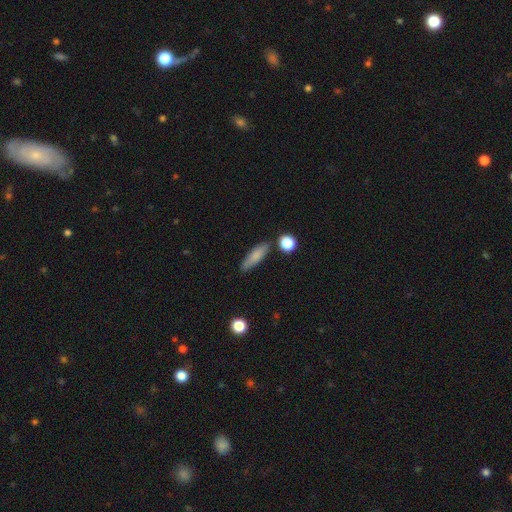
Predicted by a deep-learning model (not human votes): This appears to be a smooth galaxy with no disk features (79%) that is cigar-shaped (61%). Merging: none (79%).